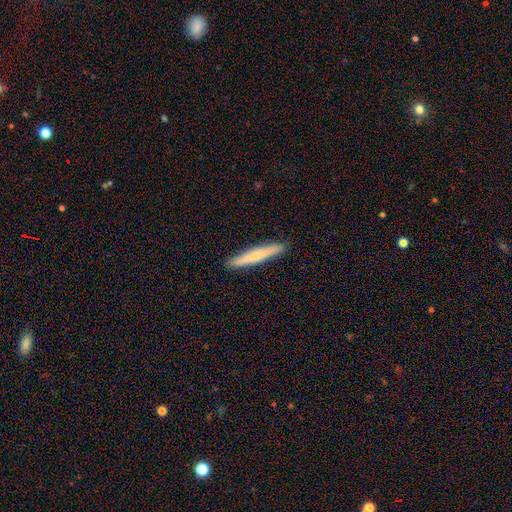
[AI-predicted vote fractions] This appears to be a smooth galaxy with no disk features (68%) that is cigar-shaped (95%). Merging: none (92%).